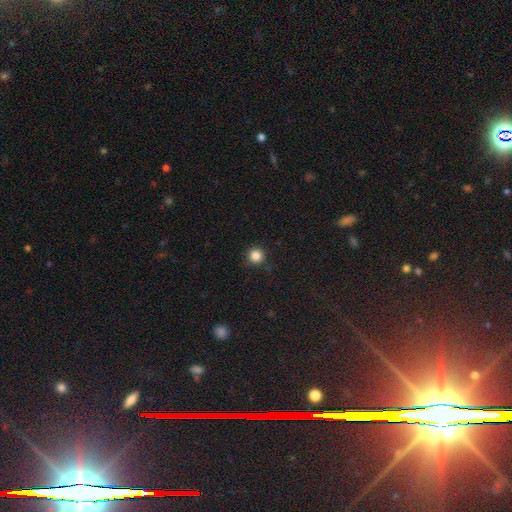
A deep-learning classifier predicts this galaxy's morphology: smooth-or-featured: smooth: 85% | star or artifact: 12% | featured or disk: 4%
  how-rounded: round: 96% | in between: 3% | cigar-shaped: 1%
  merging: none: 90% | minor disturbance: 7% | major disturbance: 2% | merger: 1%